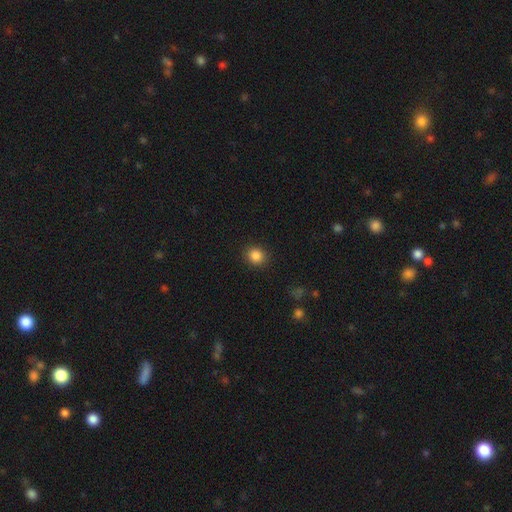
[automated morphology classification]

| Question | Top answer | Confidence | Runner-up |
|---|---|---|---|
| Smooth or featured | smooth | 86% | star or artifact (11%) |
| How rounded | round | 80% | in between (19%) |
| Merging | none | 90% | minor disturbance (7%) |